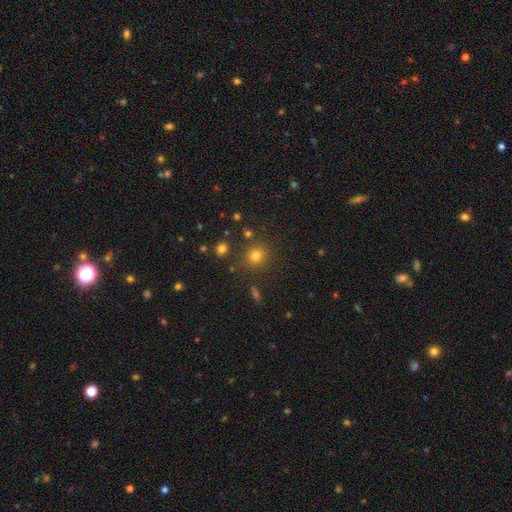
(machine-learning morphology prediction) Smooth or featured: smooth — 76% (star or artifact — 18%)
How rounded: round — 88% (in between — 11%)
Merging: none — 84% (minor disturbance — 8%)